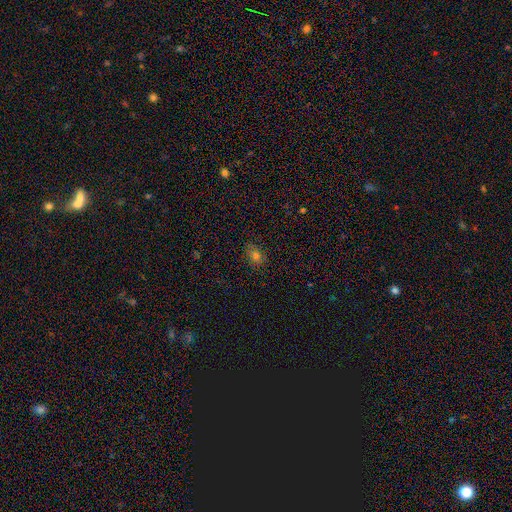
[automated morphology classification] A smooth galaxy with no disk features (72%) that is in between round and cigar-shaped (60%).

Vote fractions:
- Smooth or featured? smooth: 72% / star or artifact: 19% / featured or disk: 9%
- How rounded? in between: 60% / round: 39% / cigar-shaped: 2%
- Merging? none: 81% / minor disturbance: 15% / major disturbance: 3% / merger: 1%